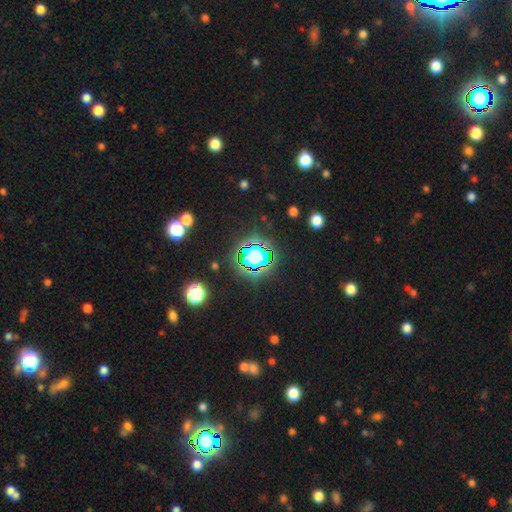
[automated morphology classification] Smooth or featured? Predicted: star or artifact (p=0.67).